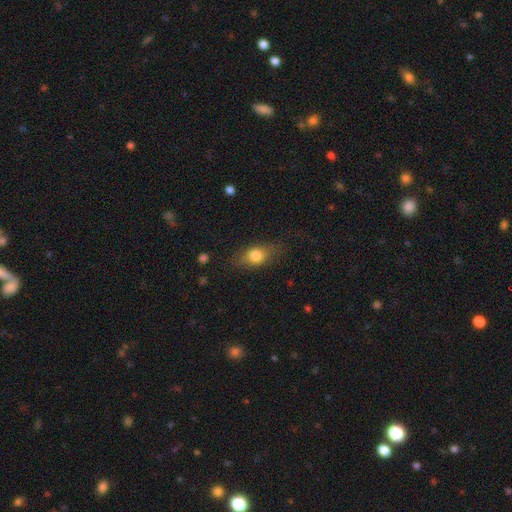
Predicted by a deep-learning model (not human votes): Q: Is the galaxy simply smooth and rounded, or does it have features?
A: smooth — 77%.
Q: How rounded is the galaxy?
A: in between — 73%.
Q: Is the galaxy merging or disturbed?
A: none — 74%.